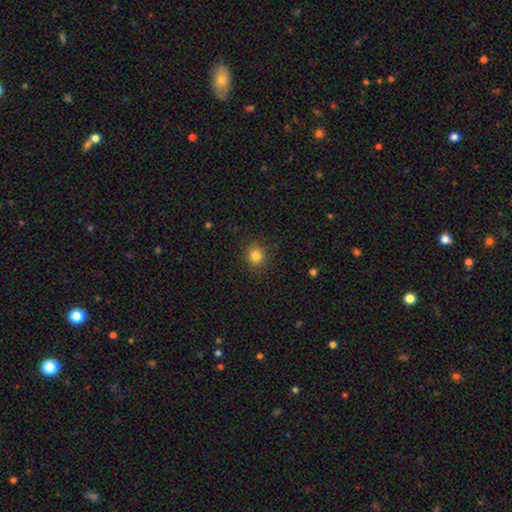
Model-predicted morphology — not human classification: type=smooth (83%); roundness=round (87%); merging=none (90%).